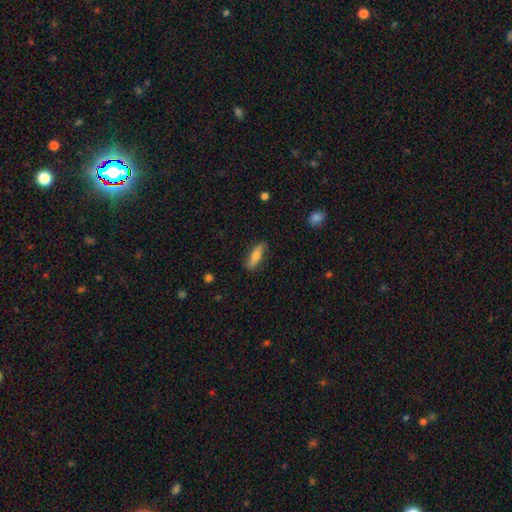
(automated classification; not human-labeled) Smooth or featured? smooth (67%)
How rounded? cigar-shaped (54%)
Merging? none (83%)